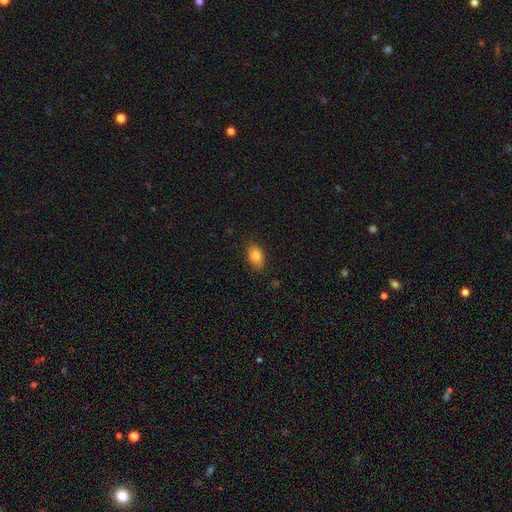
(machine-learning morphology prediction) Smooth or featured? Predicted: smooth (p=0.82). How rounded? Predicted: in between (p=0.87). Merging? Predicted: none (p=0.80).